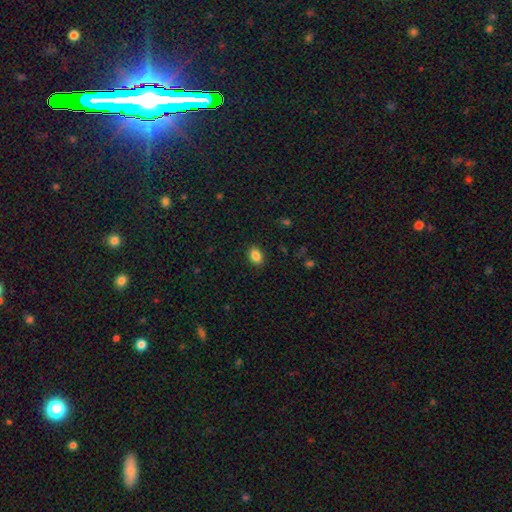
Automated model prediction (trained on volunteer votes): Overall: smooth (86%). How rounded: in between (76%). Merging: none (89%).